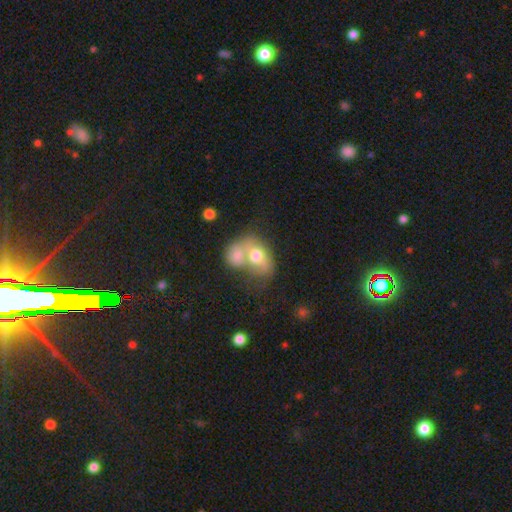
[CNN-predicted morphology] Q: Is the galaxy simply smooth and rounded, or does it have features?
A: smooth — 63%.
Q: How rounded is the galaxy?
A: in between — 68%.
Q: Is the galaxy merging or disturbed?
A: merger — 69%.